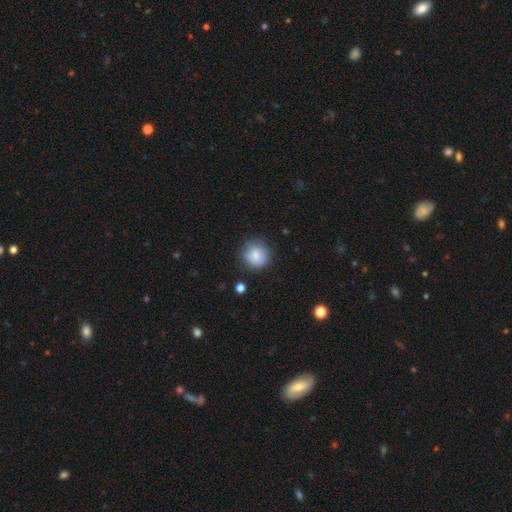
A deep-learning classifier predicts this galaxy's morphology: A smooth galaxy with no disk features (80%) that is round (86%).

Vote fractions:
- Smooth or featured? smooth: 80% / featured or disk: 11% / star or artifact: 9%
- How rounded? round: 86% / in between: 13% / cigar-shaped: 1%
- Merging? none: 77% / minor disturbance: 16% / major disturbance: 5% / merger: 2%